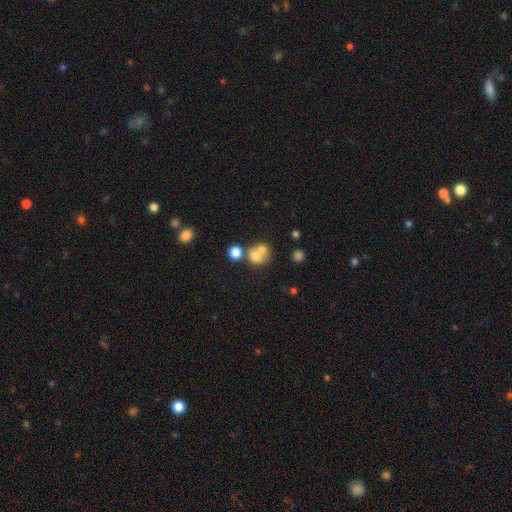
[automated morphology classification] smooth-or-featured: smooth: 70% | featured or disk: 17% | star or artifact: 13%
  how-rounded: round: 77% | in between: 22% | cigar-shaped: 1%
  merging: merger: 53% | none: 35% | minor disturbance: 7% | major disturbance: 4%